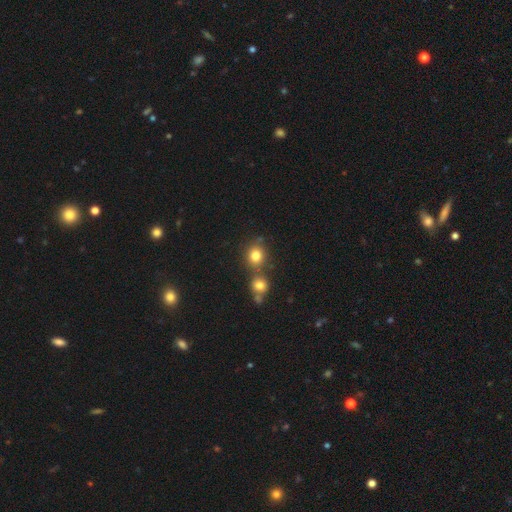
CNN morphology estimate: Smooth or featured?
  - smooth: 79% *
  - star or artifact: 13%
  - featured or disk: 8%
How rounded?
  - round: 82% *
  - in between: 17%
  - cigar-shaped: 1%
Merging?
  - none: 61% *
  - merger: 27%
  - minor disturbance: 9%
  - major disturbance: 3%